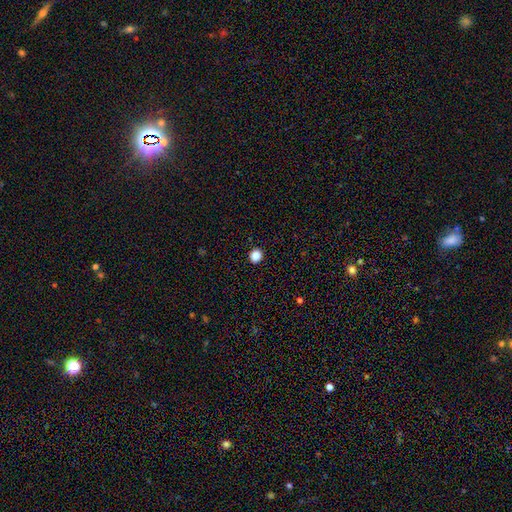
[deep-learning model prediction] This appears to be a smooth galaxy with no disk features (86%) that is round (85%). Merging: none (93%).